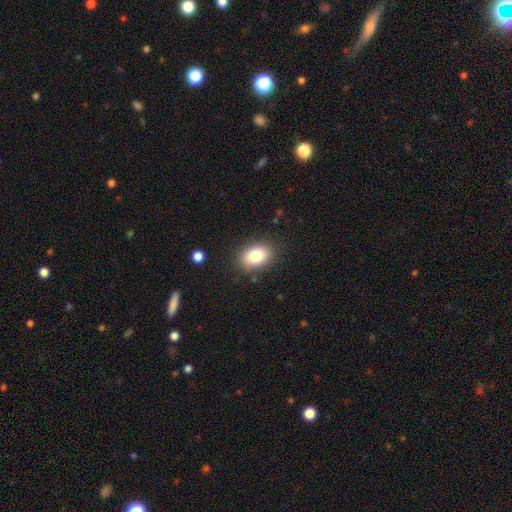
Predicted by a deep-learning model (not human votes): This is clearly a smooth galaxy (82%). How rounded: clearly in between (80%). Merging: clearly none (85%).